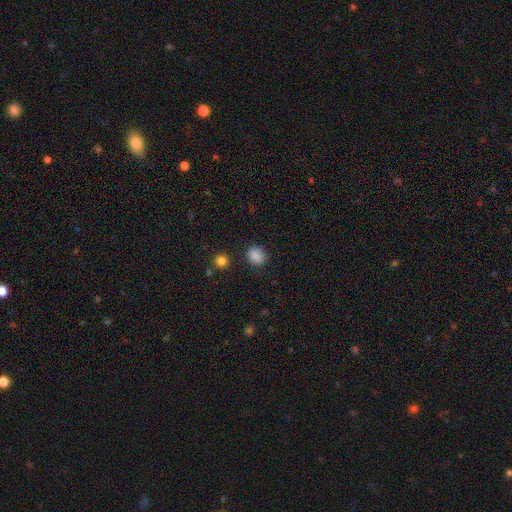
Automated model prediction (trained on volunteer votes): Smooth or featured?
  - smooth: 87% *
  - star or artifact: 10%
  - featured or disk: 3%
How rounded?
  - round: 63% *
  - in between: 36%
  - cigar-shaped: 1%
Merging?
  - none: 85% *
  - minor disturbance: 10%
  - major disturbance: 3%
  - merger: 2%